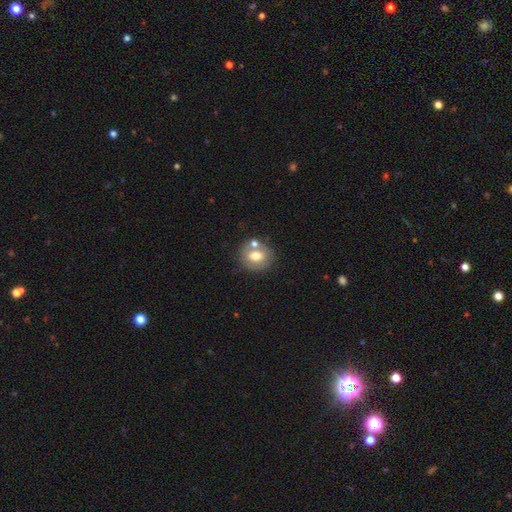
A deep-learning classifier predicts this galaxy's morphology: Smooth or featured? smooth (66%)
How rounded? round (67%)
Merging? none (62%)